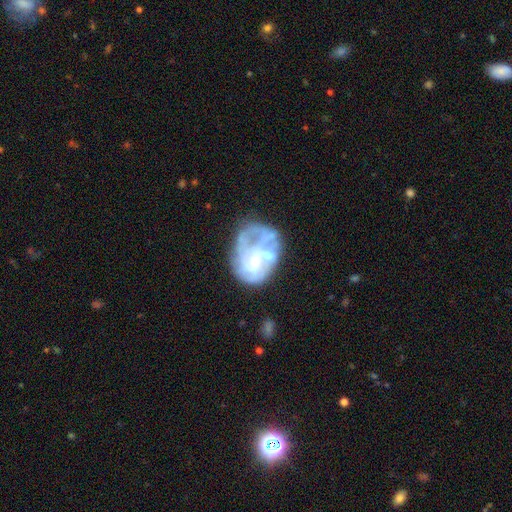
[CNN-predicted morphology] Smooth or featured? Predicted: featured or disk (p=0.66). Edge-on disk? Predicted: no (p=0.98). Bar? Predicted: no (p=0.70). Spiral arms? Predicted: no (p=0.62). Bulge size? Predicted: small (p=0.39). Merging? Predicted: none (p=0.38).